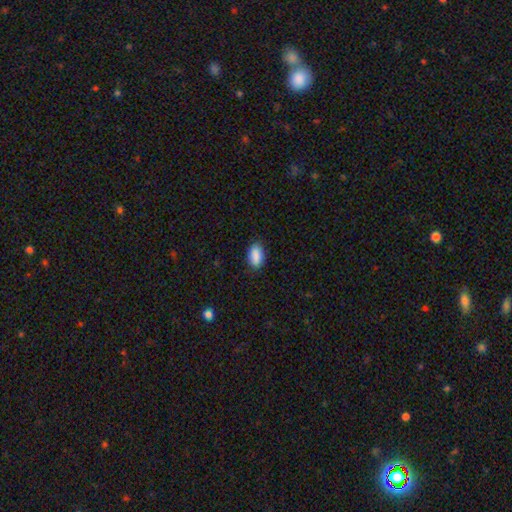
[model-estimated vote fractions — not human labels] Morphology: type=smooth (90%); roundness=in between (93%); merging=none (85%).